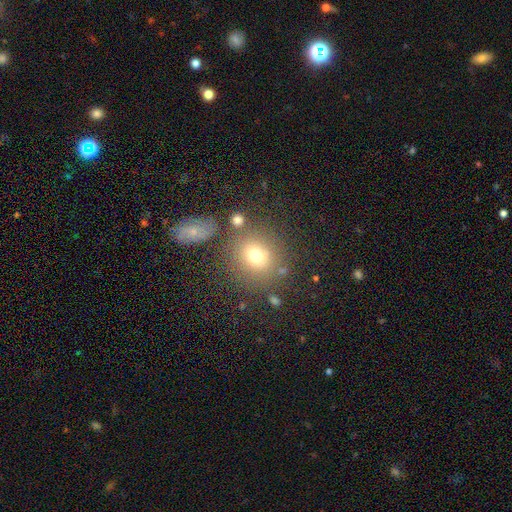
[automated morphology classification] Smooth or featured?
  - smooth: 72% *
  - star or artifact: 16%
  - featured or disk: 13%
How rounded?
  - round: 86% *
  - in between: 13%
  - cigar-shaped: 1%
Merging?
  - none: 76% *
  - minor disturbance: 11%
  - merger: 8%
  - major disturbance: 5%